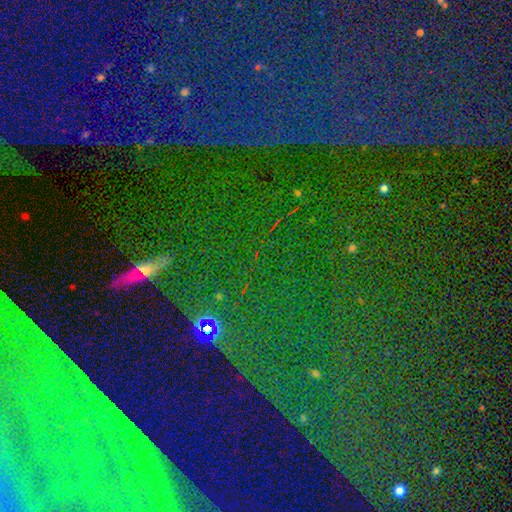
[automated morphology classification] Smooth or featured?
  - star or artifact: 72% *
  - smooth: 14%
  - featured or disk: 13%